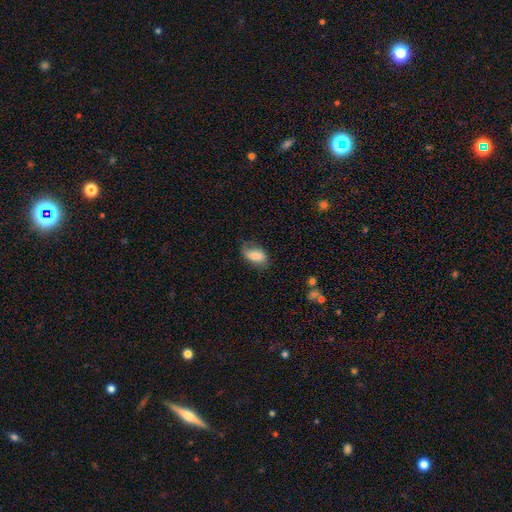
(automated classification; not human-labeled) smooth-or-featured: smooth: 73% | featured or disk: 19% | star or artifact: 8%
  how-rounded: in between: 91% | round: 7% | cigar-shaped: 3%
  merging: none: 54% | minor disturbance: 31% | major disturbance: 13% | merger: 2%